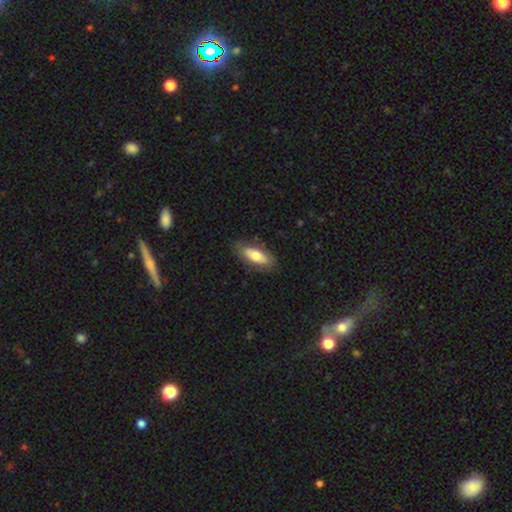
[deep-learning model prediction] This is likely a smooth galaxy (65%). How rounded: likely in between (77%). Merging: likely none (79%).